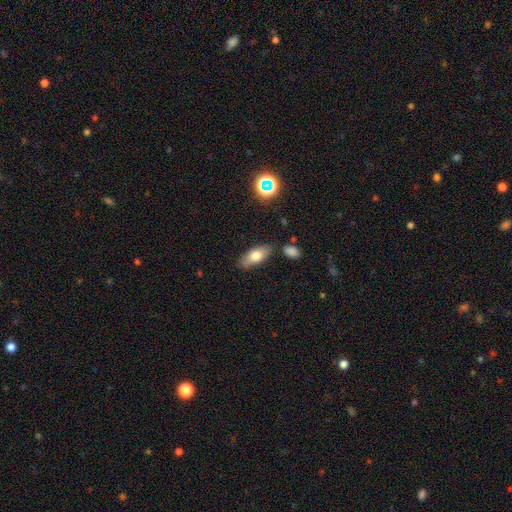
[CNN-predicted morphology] This appears to be a smooth galaxy with no disk features (72%) that is in between round and cigar-shaped (82%). Merging: none (80%).